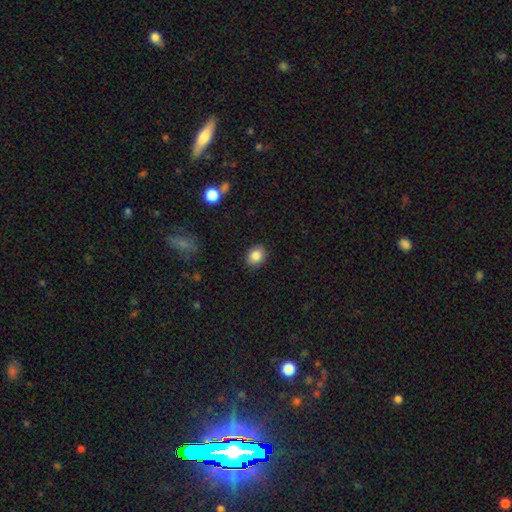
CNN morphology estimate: A smooth galaxy with no disk features (86%) that is in between round and cigar-shaped (59%).

Vote fractions:
- Smooth or featured? smooth: 86% / star or artifact: 9% / featured or disk: 5%
- How rounded? in between: 59% / round: 40% / cigar-shaped: 1%
- Merging? none: 89% / minor disturbance: 8% / major disturbance: 2% / merger: 1%